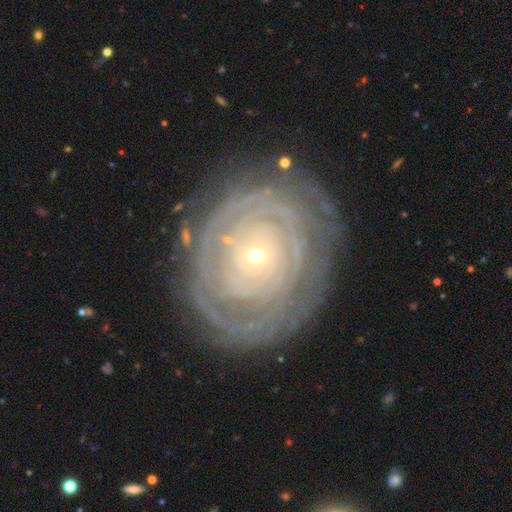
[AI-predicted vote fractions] A featured or disk galaxy (81%) with no bar (81%), tight (87%) spiral arms (85%) and a small central bulge (85%). Merging: none (80%).